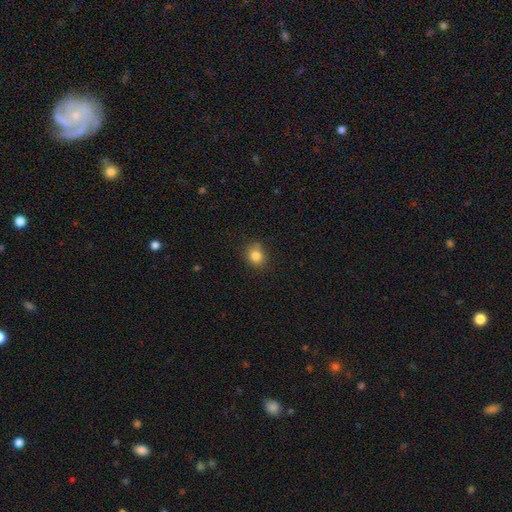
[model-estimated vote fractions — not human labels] smooth-or-featured: smooth: 83% | star or artifact: 11% | featured or disk: 6%
  how-rounded: round: 68% | in between: 31% | cigar-shaped: 1%
  merging: none: 80% | minor disturbance: 15% | major disturbance: 3% | merger: 2%